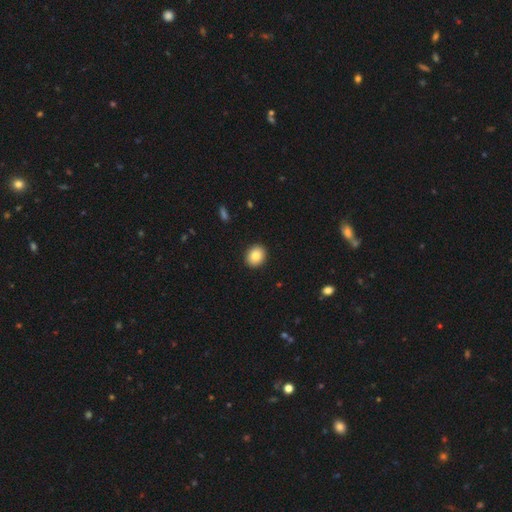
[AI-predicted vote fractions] The model was most divided on "how rounded": round: 62%, in between: 37%, cigar-shaped: 1%. More confident: merging — none (92%); smooth or featured — smooth (85%).